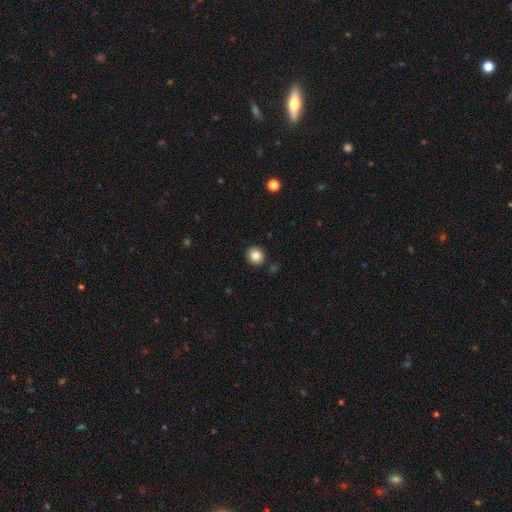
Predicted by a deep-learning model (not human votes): smooth-or-featured: smooth: 86% | star or artifact: 9% | featured or disk: 4%
  how-rounded: round: 91% | in between: 8% | cigar-shaped: 1%
  merging: none: 90% | minor disturbance: 6% | major disturbance: 2% | merger: 2%